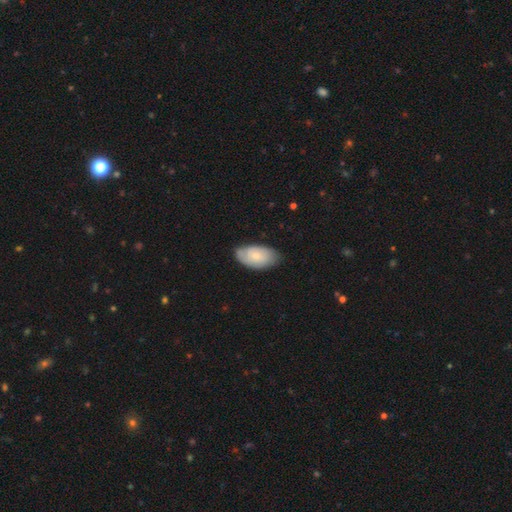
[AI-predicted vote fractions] Overall: smooth (67%; featured or disk 27%). How rounded: in between (94%). Merging: none (70%).